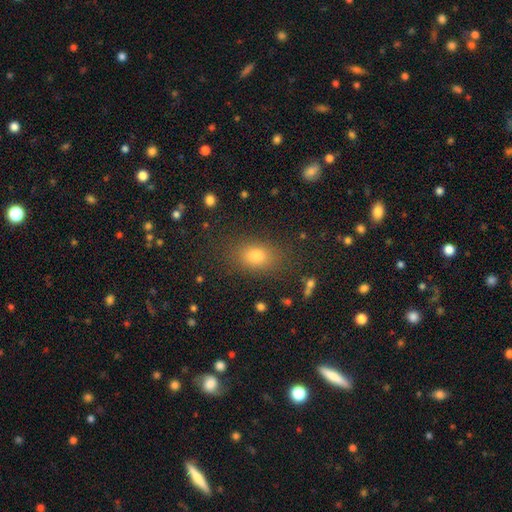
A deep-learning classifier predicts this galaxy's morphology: This appears to be a smooth galaxy with no disk features (78%) that is in between round and cigar-shaped (75%). Merging: none (83%).